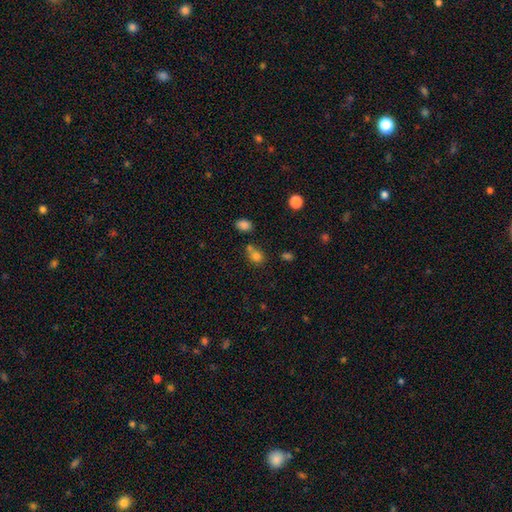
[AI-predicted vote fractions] Smooth or featured?
  - smooth: 77% *
  - star or artifact: 14%
  - featured or disk: 9%
How rounded?
  - round: 60% *
  - in between: 39%
  - cigar-shaped: 1%
Merging?
  - none: 48% *
  - merger: 33%
  - minor disturbance: 14%
  - major disturbance: 5%